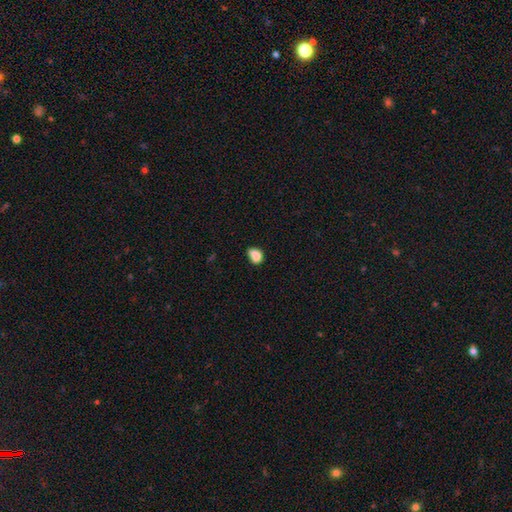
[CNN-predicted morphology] The model was most divided on "merging": none: 49%, minor disturbance: 36%, major disturbance: 9%, merger: 6%. More confident: smooth or featured — smooth (83%); how rounded — in between (64%).